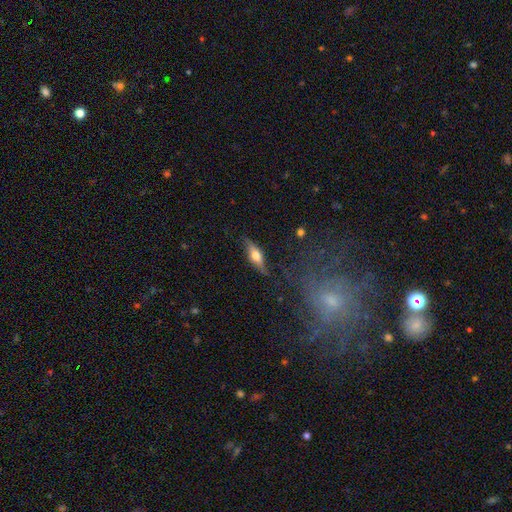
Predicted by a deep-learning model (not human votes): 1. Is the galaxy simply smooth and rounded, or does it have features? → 48% smooth, 45% featured or disk, 7% star or artifact.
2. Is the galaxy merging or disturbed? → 77% none, 17% minor disturbance, 4% major disturbance, 2% merger.